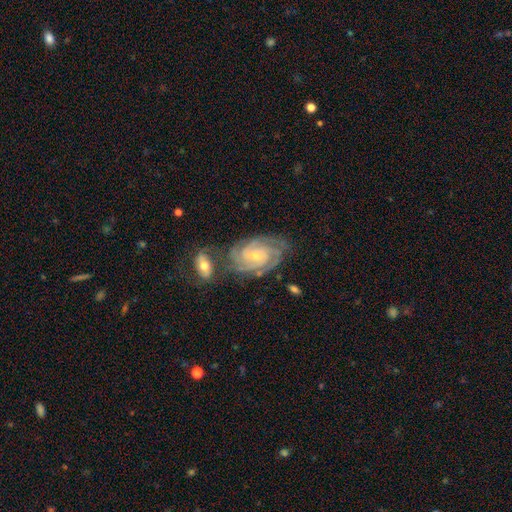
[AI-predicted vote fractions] Smooth or featured? featured or disk (88%)
Edge-on disk? no (97%)
Bar? no (68%)
Spiral arms? yes (98%)
Spiral winding? tight (71%)
Spiral arm count? 3 (30%)
Bulge size? small (72%)
Merging? none (65%)